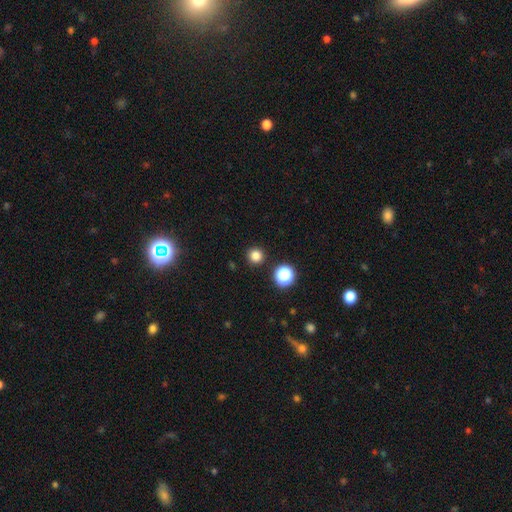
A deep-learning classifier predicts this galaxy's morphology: type=smooth (81%); roundness=round (96%); merging=none (92%).